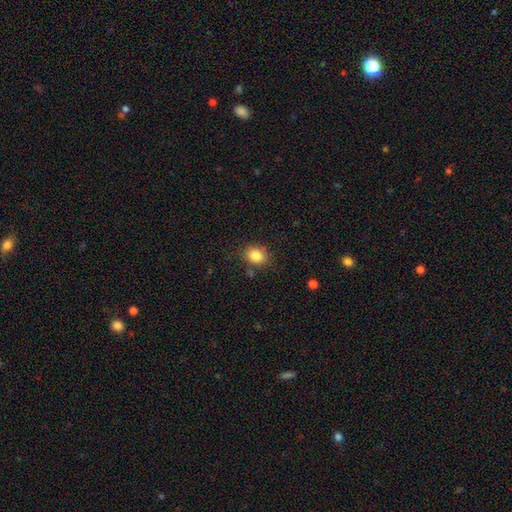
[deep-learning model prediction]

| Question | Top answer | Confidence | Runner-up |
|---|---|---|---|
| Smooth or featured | smooth | 85% | star or artifact (10%) |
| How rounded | in between | 53% | round (46%) |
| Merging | none | 81% | minor disturbance (12%) |